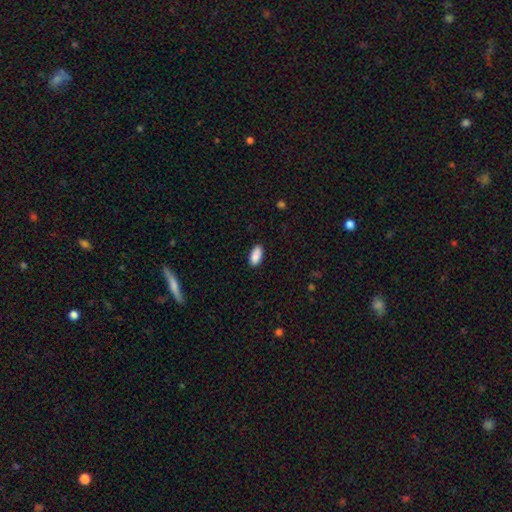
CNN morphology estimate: Smooth or featured? Predicted: smooth (p=0.90). How rounded? Predicted: in between (p=0.91). Merging? Predicted: none (p=0.88).